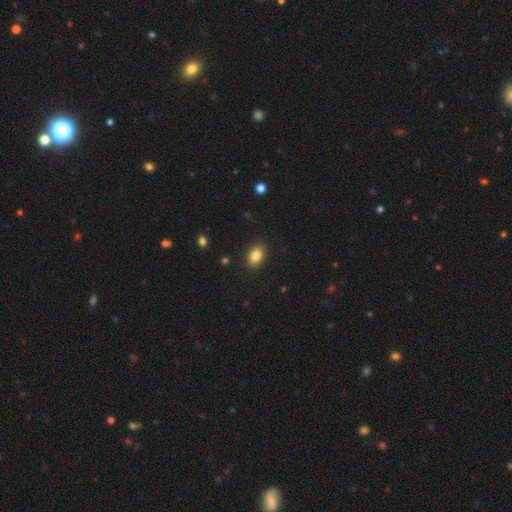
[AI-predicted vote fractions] smooth_or_featured: smooth (p=0.83) [alt: star or artifact p=0.09]
how_rounded: in between (p=0.83) [alt: round p=0.15]
merging: none (p=0.87) [alt: minor disturbance p=0.09]